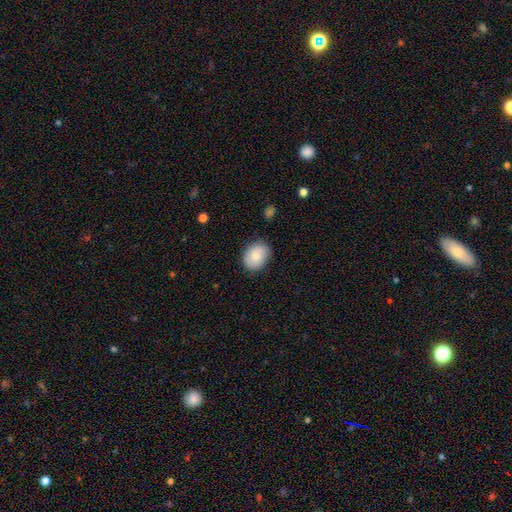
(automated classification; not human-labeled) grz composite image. It shows a smooth galaxy with no disk features (81%) that is in between round and cigar-shaped (61%). Merging: none (82%).